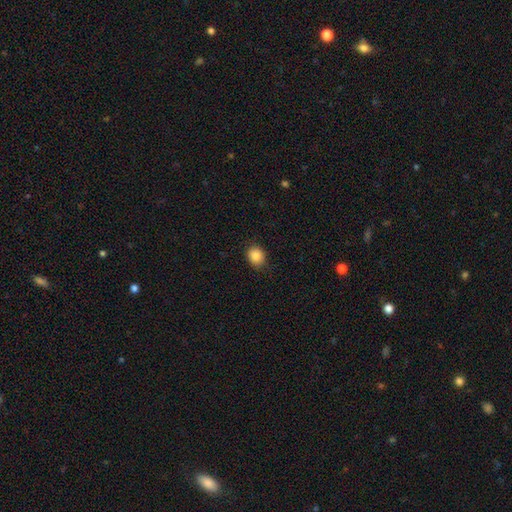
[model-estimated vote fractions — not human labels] Smooth or featured? smooth (87%)
How rounded? round (64%)
Merging? none (84%)